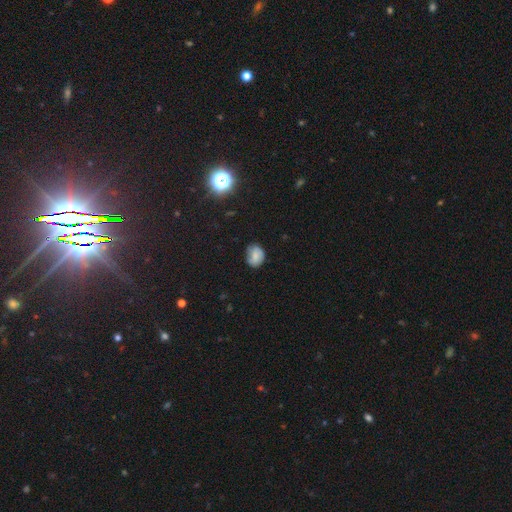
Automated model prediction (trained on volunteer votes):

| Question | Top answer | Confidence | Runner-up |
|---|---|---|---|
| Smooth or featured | smooth | 62% | featured or disk (26%) |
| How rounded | round | 53% | in between (46%) |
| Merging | none | 65% | minor disturbance (27%) |